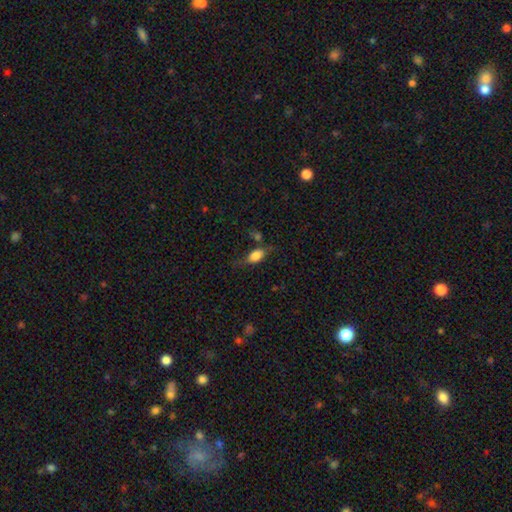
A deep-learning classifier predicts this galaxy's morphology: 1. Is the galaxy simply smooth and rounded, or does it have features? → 76% smooth, 15% featured or disk, 9% star or artifact.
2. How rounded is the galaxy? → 86% in between, 8% round, 6% cigar-shaped.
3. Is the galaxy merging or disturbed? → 50% none, 25% minor disturbance, 16% major disturbance, 9% merger.